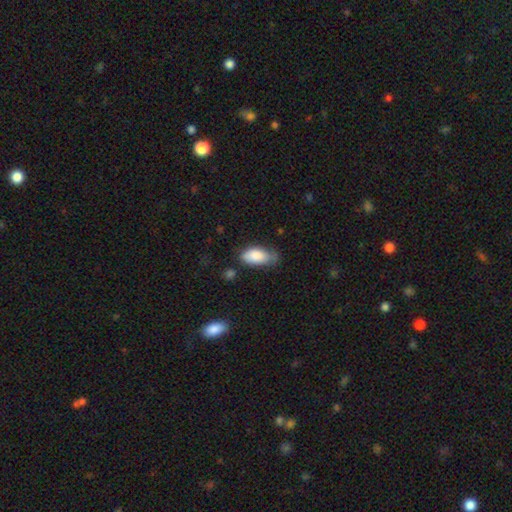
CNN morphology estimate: Smooth or featured? smooth (84%)
How rounded? in between (91%)
Merging? none (52%)